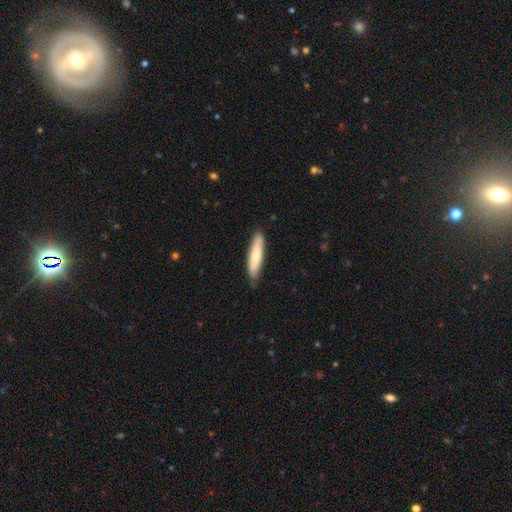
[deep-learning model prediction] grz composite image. It shows a smooth galaxy with no disk features (75%) that is cigar-shaped (84%). Merging: none (81%).